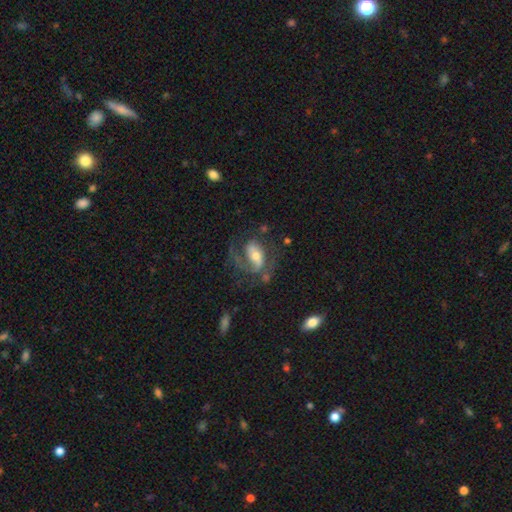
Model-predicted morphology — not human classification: Smooth or featured? featured or disk (76%)
Edge-on disk? no (95%)
Bar? weak (38%)
Spiral arms? yes (89%)
Spiral winding? medium (47%)
Spiral arm count? 2 (55%)
Bulge size? moderate (57%)
Merging? none (48%)